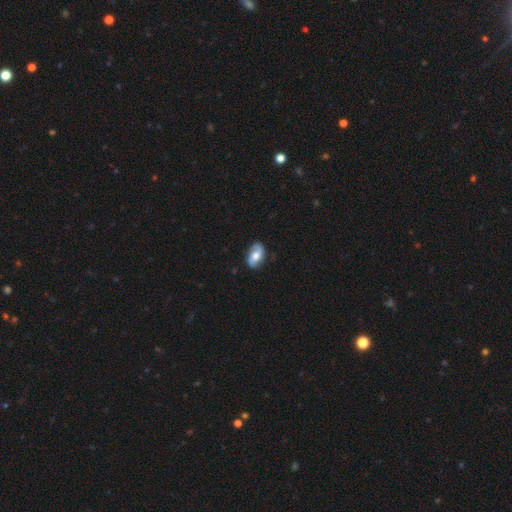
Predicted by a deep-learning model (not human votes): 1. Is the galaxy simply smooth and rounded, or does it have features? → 53% featured or disk, 40% smooth, 7% star or artifact.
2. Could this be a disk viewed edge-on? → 95% no, 5% yes.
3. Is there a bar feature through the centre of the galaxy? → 55% no, 33% weak, 12% strong.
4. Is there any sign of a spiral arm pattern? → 85% yes, 15% no.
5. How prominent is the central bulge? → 62% moderate, 20% large, 13% small, 2% none, 2% dominant.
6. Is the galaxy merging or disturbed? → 80% none, 15% minor disturbance, 4% major disturbance, 1% merger.